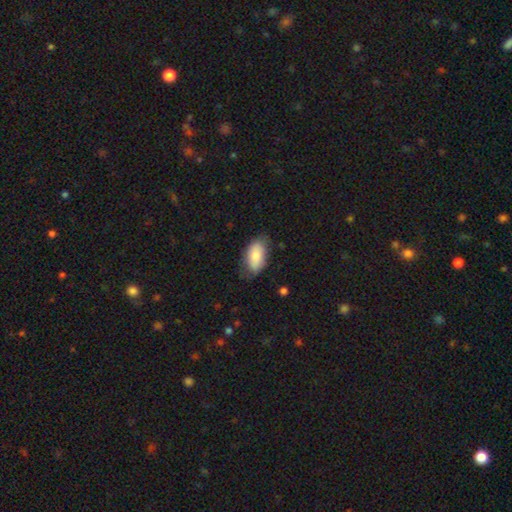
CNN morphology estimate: Smooth or featured?
  - smooth: 79% *
  - featured or disk: 15%
  - star or artifact: 6%
How rounded?
  - in between: 93% *
  - cigar-shaped: 4%
  - round: 3%
Merging?
  - none: 70% *
  - minor disturbance: 23%
  - major disturbance: 6%
  - merger: 1%